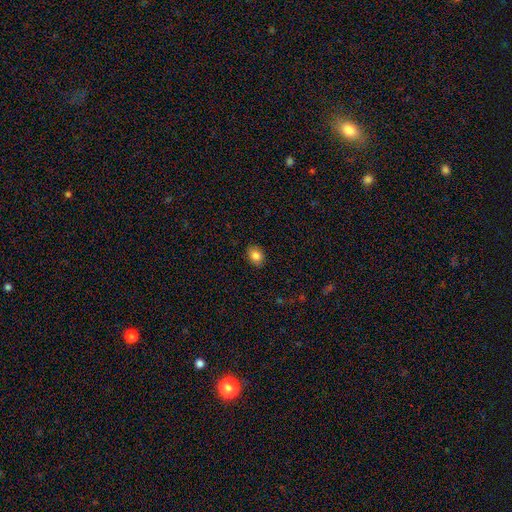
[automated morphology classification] smooth_or_featured: smooth (p=0.84) [alt: star or artifact p=0.09]
how_rounded: in between (p=0.63) [alt: round p=0.36]
merging: none (p=0.88) [alt: minor disturbance p=0.09]